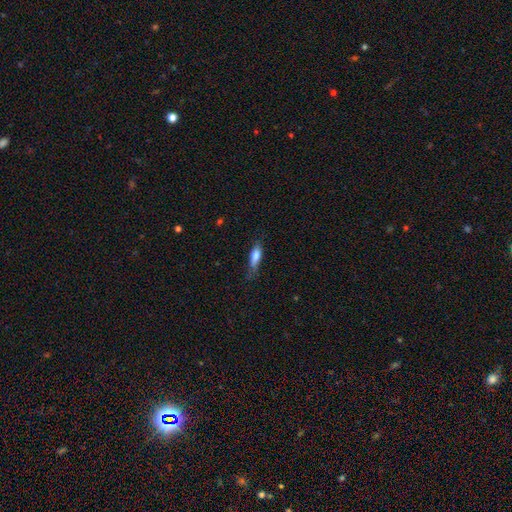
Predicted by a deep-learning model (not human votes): Smooth or featured? smooth (75%)
How rounded? in between (50%)
Merging? none (54%)